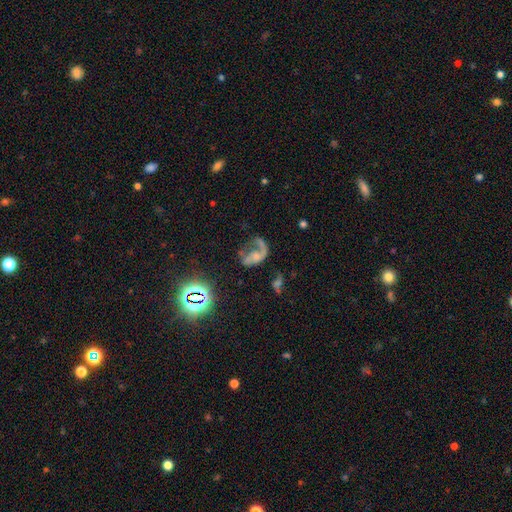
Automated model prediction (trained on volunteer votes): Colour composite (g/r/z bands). It shows a featured or disk galaxy (64%) with no bar (73%), spiral arms (71%) and no central bulge (34%). Merging: major disturbance (48%).